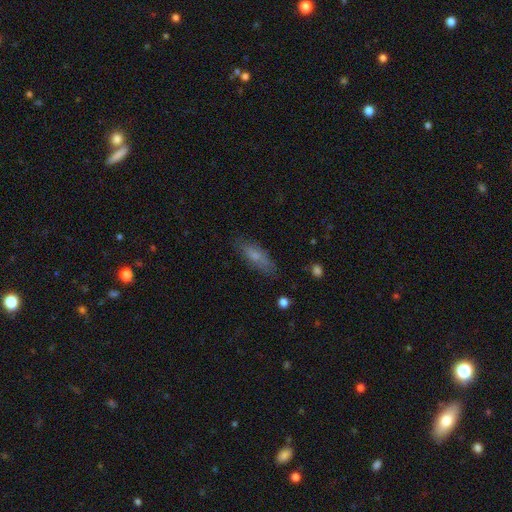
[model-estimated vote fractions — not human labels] smooth 67%, featured or disk 26%, star or artifact 7%. Down the decision tree: how rounded — in between (54%); merging — none (78%).